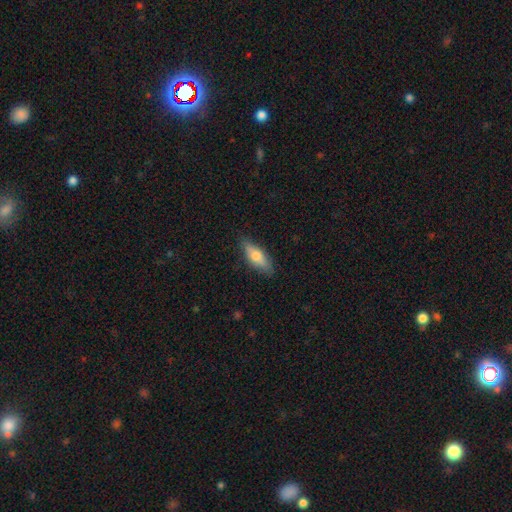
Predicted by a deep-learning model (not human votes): smooth 63%, featured or disk 31%, star or artifact 6%. Down the decision tree: how rounded — in between (56%); merging — none (83%).